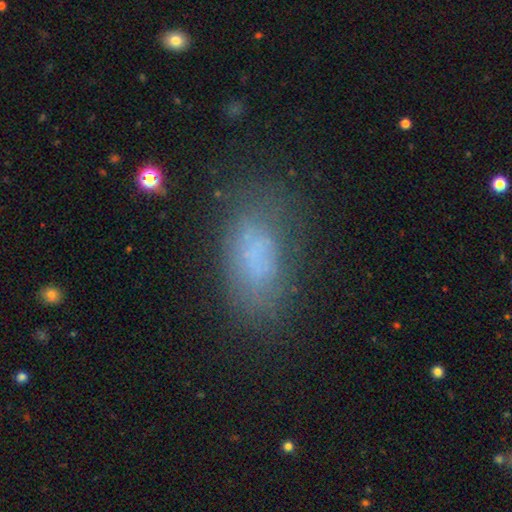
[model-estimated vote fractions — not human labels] This is likely a smooth galaxy (66%). How rounded: clearly in between (87%). Merging: likely none (63%).